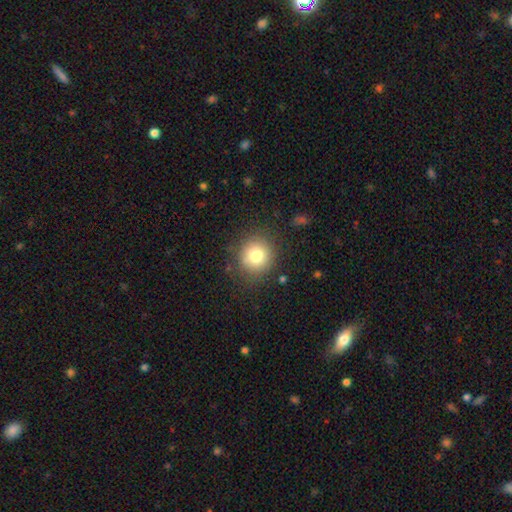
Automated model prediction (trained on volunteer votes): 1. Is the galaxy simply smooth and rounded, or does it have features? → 78% smooth, 12% star or artifact, 10% featured or disk.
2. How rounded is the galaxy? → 91% round, 8% in between, 1% cigar-shaped.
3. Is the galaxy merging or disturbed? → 85% none, 10% minor disturbance, 4% major disturbance, 2% merger.